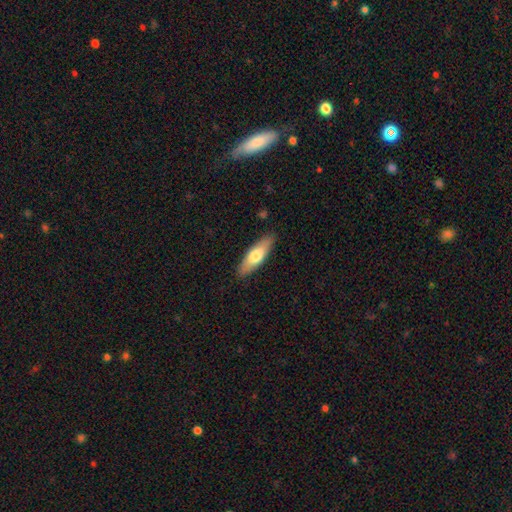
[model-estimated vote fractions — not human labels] Smooth or featured? smooth (66%)
How rounded? in between (49%, tied with cigar-shaped)
Merging? none (87%)